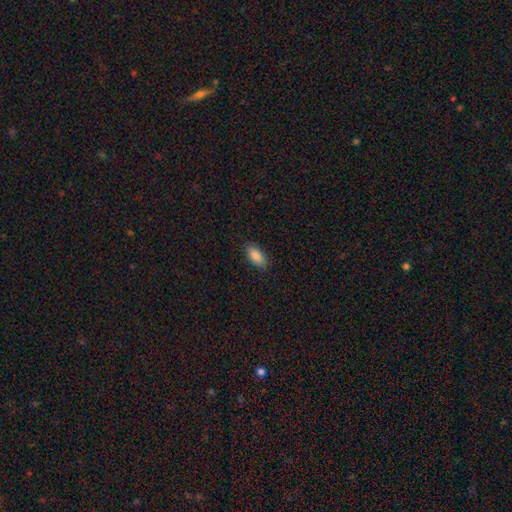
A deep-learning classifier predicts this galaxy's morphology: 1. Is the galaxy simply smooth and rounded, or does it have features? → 87% smooth, 7% star or artifact, 6% featured or disk.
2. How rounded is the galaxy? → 88% in between, 9% cigar-shaped, 2% round.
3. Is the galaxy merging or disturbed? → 87% none, 10% minor disturbance, 2% major disturbance, 1% merger.